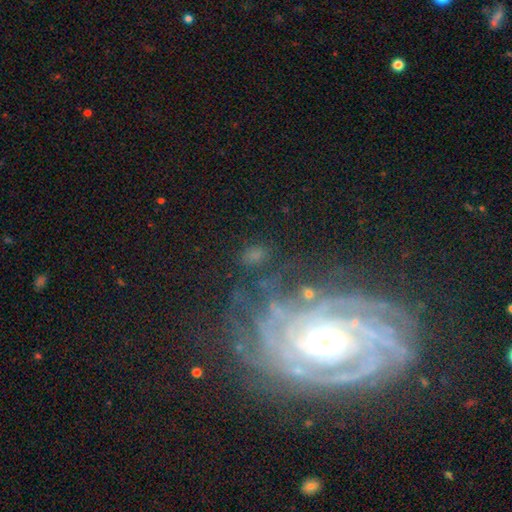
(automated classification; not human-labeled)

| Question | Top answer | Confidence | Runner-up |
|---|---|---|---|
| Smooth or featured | featured or disk | 41% | smooth (37%) |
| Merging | none | 64% | minor disturbance (17%) |